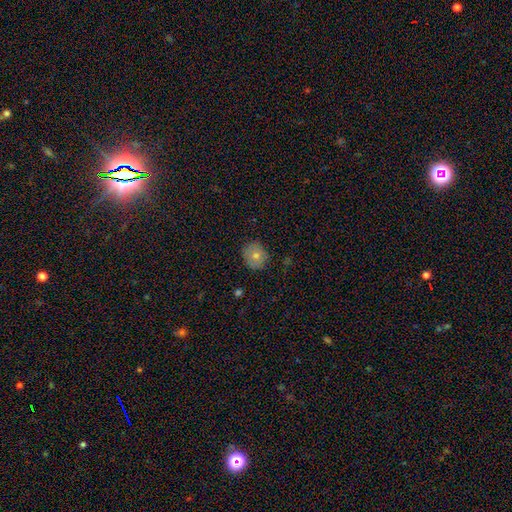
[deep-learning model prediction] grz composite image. It shows a smooth galaxy with no disk features (76%) that is round (76%). Merging: none (84%).